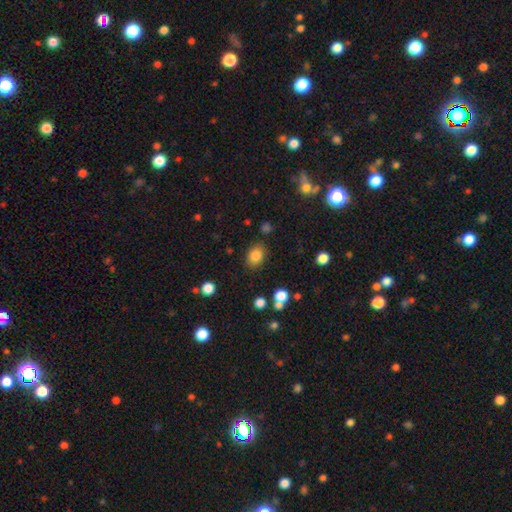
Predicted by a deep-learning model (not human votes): Smooth or featured?
  - smooth: 83% *
  - star or artifact: 10%
  - featured or disk: 7%
How rounded?
  - in between: 66% *
  - round: 33%
  - cigar-shaped: 1%
Merging?
  - none: 81% *
  - minor disturbance: 12%
  - major disturbance: 4%
  - merger: 3%